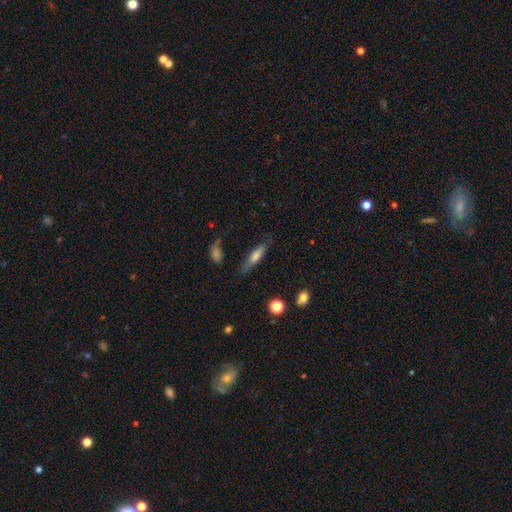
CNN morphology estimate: Smooth or featured: smooth — 58% (featured or disk — 33%)
How rounded: cigar-shaped — 71% (in between — 27%)
Merging: none — 71% (minor disturbance — 19%)